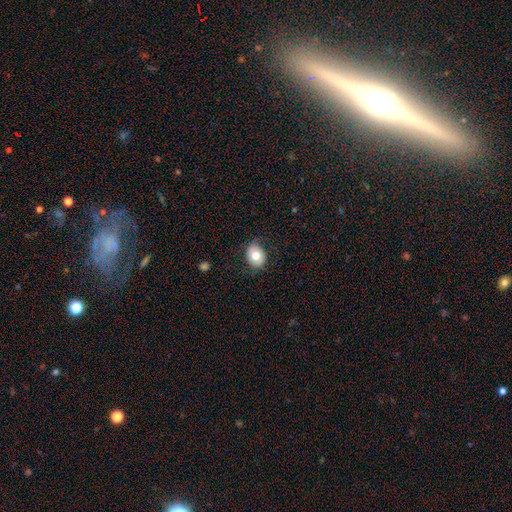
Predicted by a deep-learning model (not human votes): smooth-or-featured: smooth: 74% | featured or disk: 18% | star or artifact: 8%
  how-rounded: in between: 58% | round: 41% | cigar-shaped: 1%
  merging: none: 74% | minor disturbance: 19% | major disturbance: 5% | merger: 1%